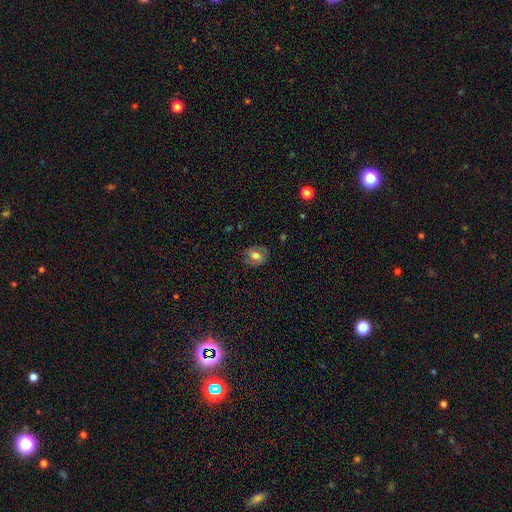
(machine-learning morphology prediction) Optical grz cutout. It shows a smooth galaxy with no disk features (56%) that is in between round and cigar-shaped (53%). Merging: none (76%).